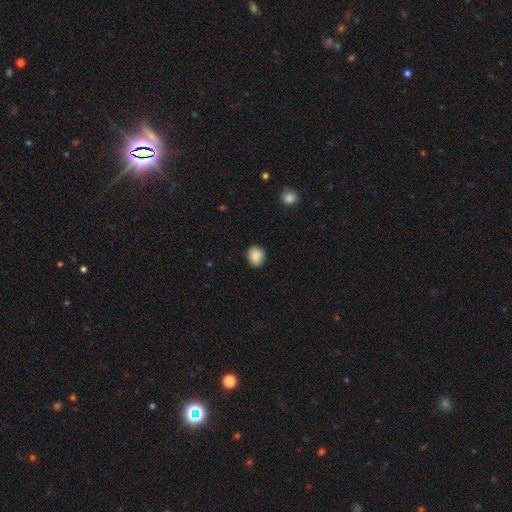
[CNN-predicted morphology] A smooth galaxy with no disk features (87%) that is round (71%). Merging: none (88%).